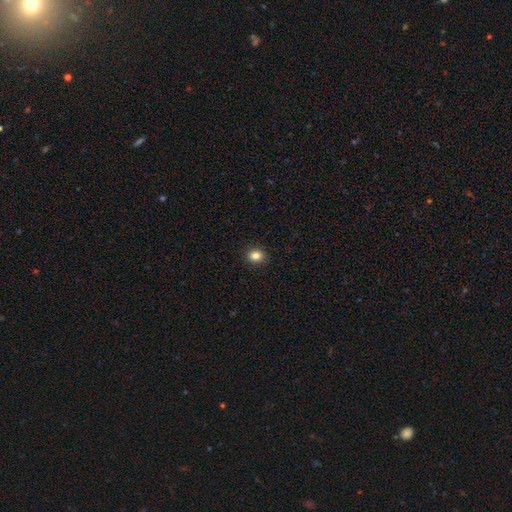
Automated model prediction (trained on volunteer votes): This is clearly a smooth galaxy (84%). How rounded: likely round (67%). Merging: clearly none (91%).